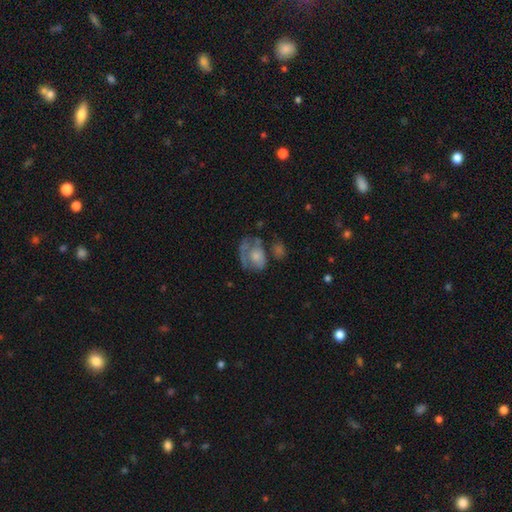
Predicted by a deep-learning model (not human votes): Smooth or featured?
  - featured or disk: 47% *
  - smooth: 45%
  - star or artifact: 8%
Merging?
  - major disturbance: 36% *
  - none: 30%
  - minor disturbance: 23%
  - merger: 11%